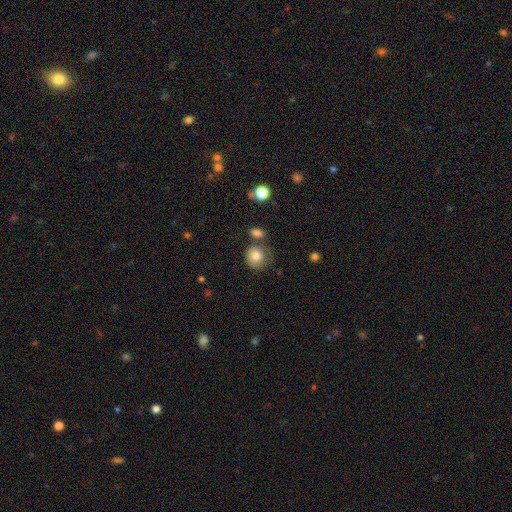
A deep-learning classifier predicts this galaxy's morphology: Smooth or featured? Predicted: smooth (p=0.82). How rounded? Predicted: round (p=0.84). Merging? Predicted: none (p=0.59).